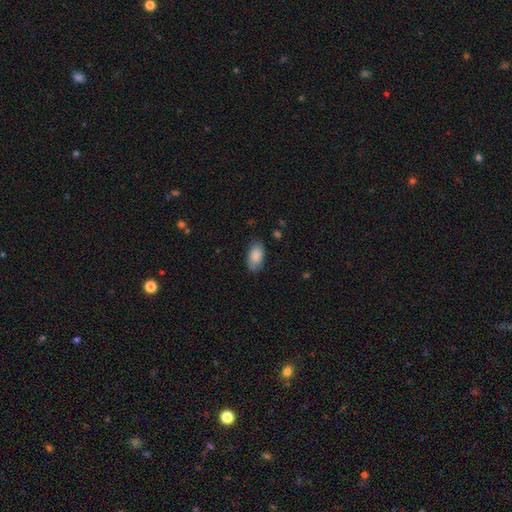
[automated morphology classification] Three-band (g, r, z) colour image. It shows a smooth galaxy with no disk features (85%) that is in between round and cigar-shaped (94%). Merging: none (78%).